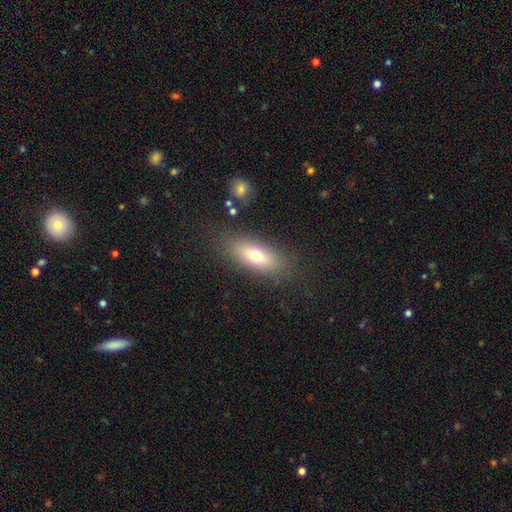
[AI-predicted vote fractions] Morphology: type=smooth (69%); roundness=in between (74%); merging=none (81%).